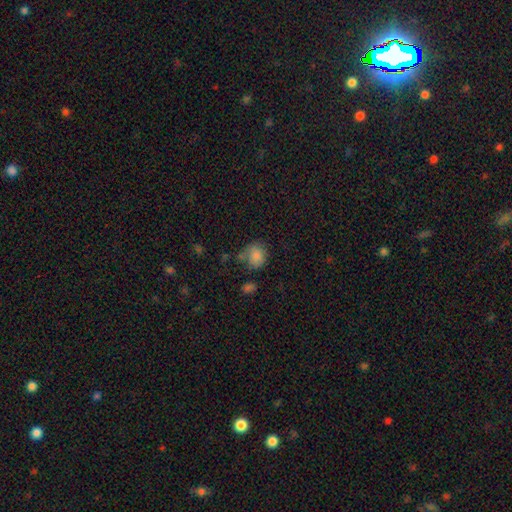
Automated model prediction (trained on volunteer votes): This is clearly a smooth galaxy (83%). How rounded: likely round (71%). Merging: possibly none (60%).